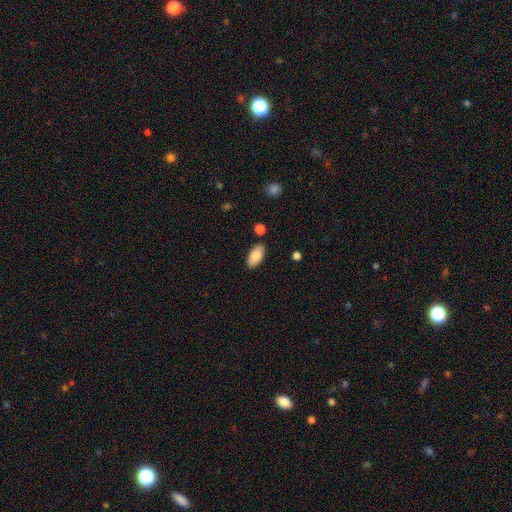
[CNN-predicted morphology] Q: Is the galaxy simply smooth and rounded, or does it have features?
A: smooth — 87%.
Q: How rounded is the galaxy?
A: in between — 93%.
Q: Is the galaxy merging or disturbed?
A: none — 84%.